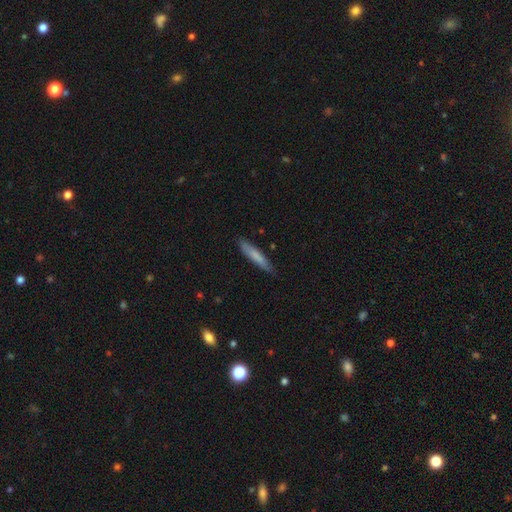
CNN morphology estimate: Overall: smooth (73%). How rounded: cigar-shaped (91%). Merging: none (85%).